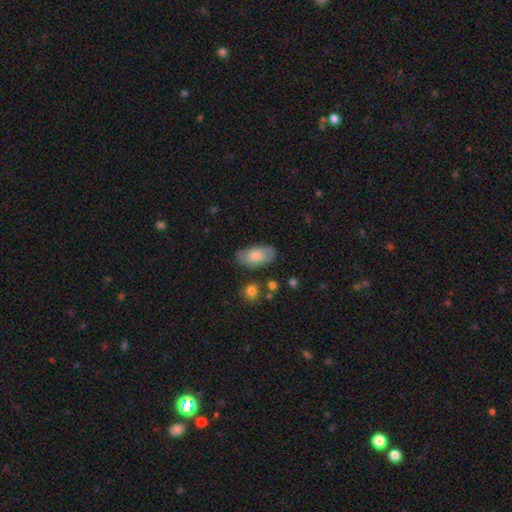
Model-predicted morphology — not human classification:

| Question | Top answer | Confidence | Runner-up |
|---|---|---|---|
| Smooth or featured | smooth | 72% | featured or disk (21%) |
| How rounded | in between | 93% | cigar-shaped (4%) |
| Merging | none | 76% | minor disturbance (17%) |